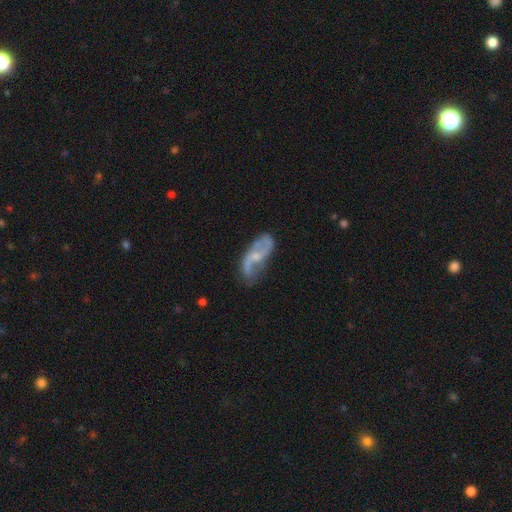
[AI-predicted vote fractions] A featured or disk galaxy (82%) with no bar (48%), 2 (89%) loose (68%) spiral arms (92%) and a small central bulge (58%).

Vote fractions:
- Smooth or featured? featured or disk: 82% / smooth: 13% / star or artifact: 6%
- Edge-on disk? no: 95% / yes: 5%
- Bar? no: 48% / weak: 41% / strong: 11%
- Spiral arms? yes: 92% / no: 8%
- Spiral winding? loose: 68% / medium: 25% / tight: 7%
- Spiral arm count? 2: 89% / can't tell: 5% / 1: 3% / 3: 1% / 4: 1% / more than 4: 1%
- Bulge size? small: 58% / moderate: 28% / none: 12% / large: 1% / dominant: 1%
- Merging? none: 66% / minor disturbance: 21% / major disturbance: 10% / merger: 4%